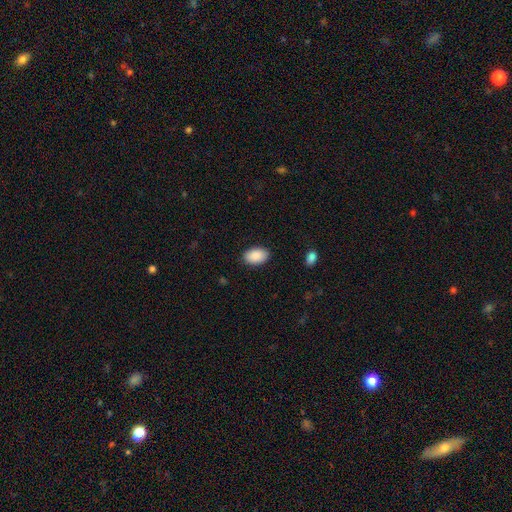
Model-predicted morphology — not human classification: Smooth or featured: smooth — 90% (star or artifact — 6%)
How rounded: in between — 92% (round — 7%)
Merging: none — 88% (minor disturbance — 9%)